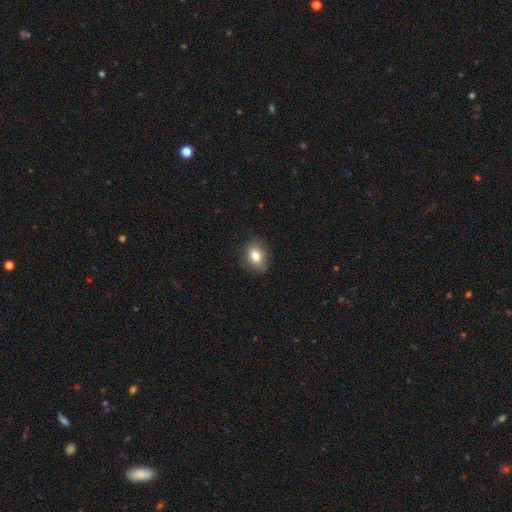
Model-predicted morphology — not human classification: The model was most divided on "how rounded": in between: 65%, round: 34%, cigar-shaped: 1%. More confident: merging — none (81%); smooth or featured — smooth (79%).